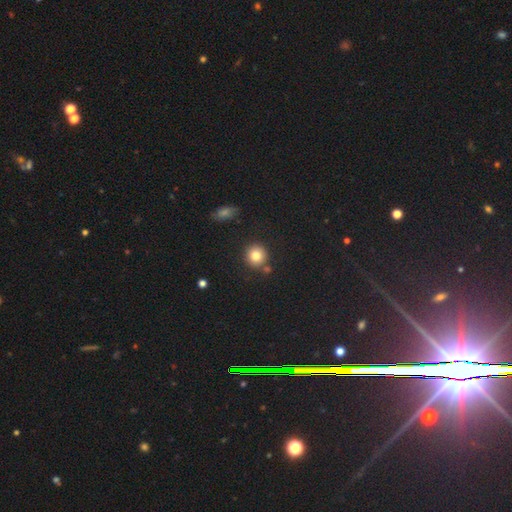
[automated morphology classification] smooth_or_featured: smooth (p=0.82) [alt: star or artifact p=0.11]
how_rounded: round (p=0.92) [alt: in between p=0.07]
merging: none (p=0.82) [alt: minor disturbance p=0.08]